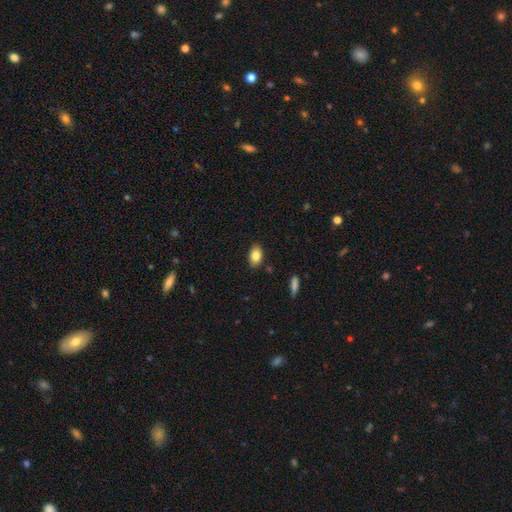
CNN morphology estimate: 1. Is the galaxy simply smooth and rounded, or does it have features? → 83% smooth, 9% featured or disk, 8% star or artifact.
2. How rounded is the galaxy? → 88% in between, 10% round, 2% cigar-shaped.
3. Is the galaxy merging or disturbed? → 86% none, 10% minor disturbance, 2% major disturbance, 2% merger.